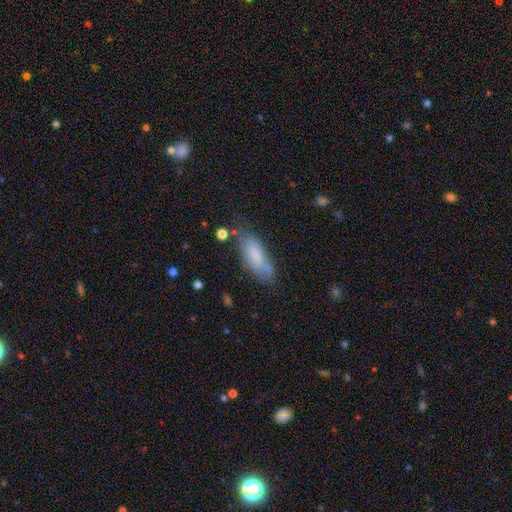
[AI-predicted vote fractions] Smooth or featured? Predicted: smooth (p=0.72). How rounded? Predicted: in between (p=0.70). Merging? Predicted: none (p=0.59).